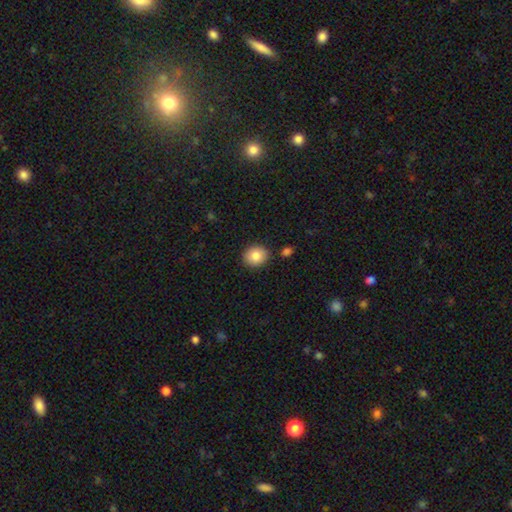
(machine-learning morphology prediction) Overall: smooth (84%). How rounded: round (69%; in between 30%). Merging: none (86%).